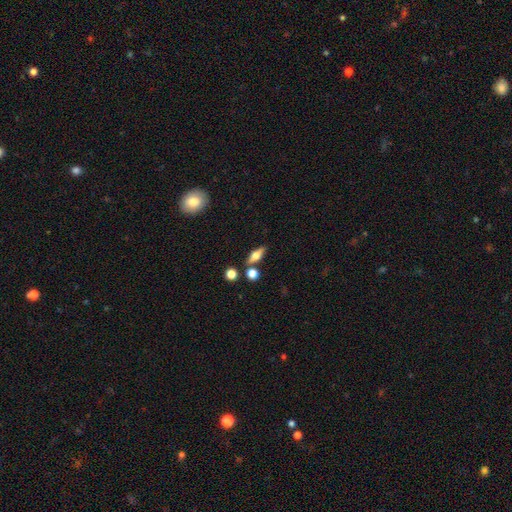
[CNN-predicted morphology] Smooth or featured: smooth — 46% (featured or disk — 44%)
Merging: none — 75% (minor disturbance — 11%)